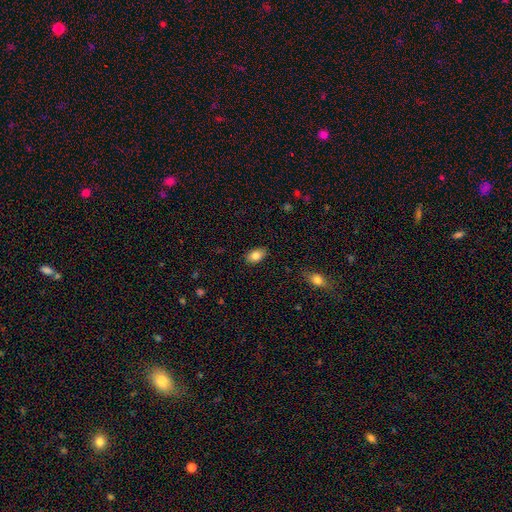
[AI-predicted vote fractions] Smooth or featured?
  - smooth: 83% *
  - featured or disk: 9%
  - star or artifact: 8%
How rounded?
  - in between: 89% *
  - round: 9%
  - cigar-shaped: 2%
Merging?
  - none: 85% *
  - minor disturbance: 11%
  - major disturbance: 2%
  - merger: 1%